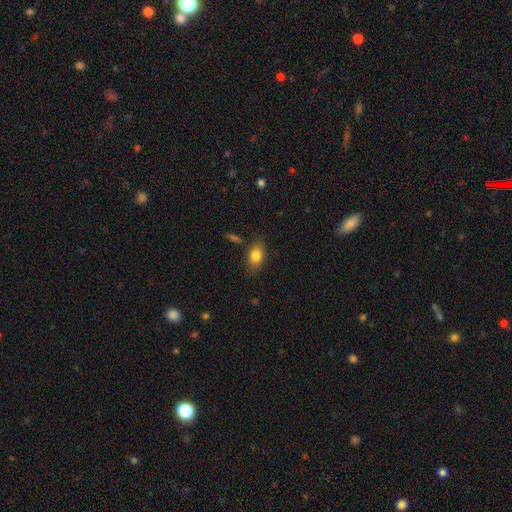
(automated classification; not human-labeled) Smooth or featured?
  - smooth: 81% *
  - featured or disk: 11%
  - star or artifact: 8%
How rounded?
  - in between: 81% *
  - round: 16%
  - cigar-shaped: 3%
Merging?
  - none: 80% *
  - minor disturbance: 14%
  - major disturbance: 3%
  - merger: 3%